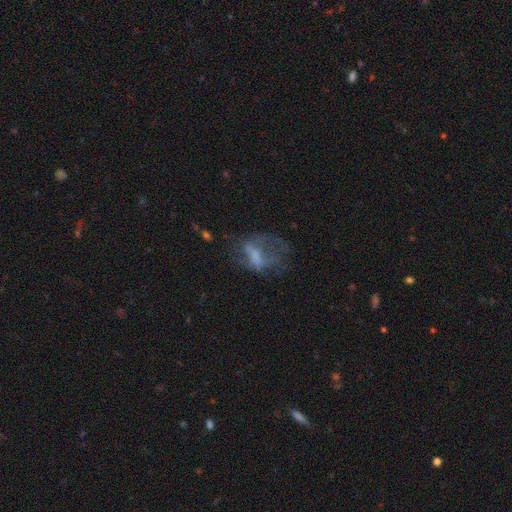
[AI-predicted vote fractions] Smooth or featured? featured or disk (51%)
Edge-on disk? no (94%)
Merging? major disturbance (43%)